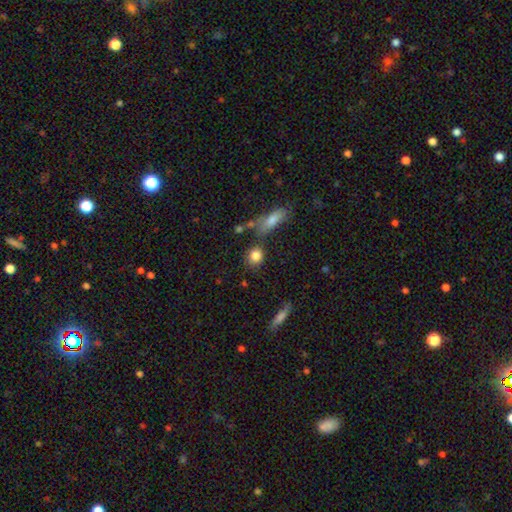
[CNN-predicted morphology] This is clearly a smooth galaxy (84%). How rounded: likely round (73%). Merging: likely none (71%).